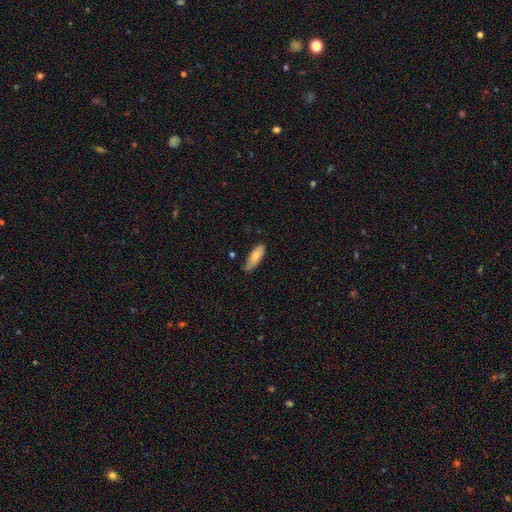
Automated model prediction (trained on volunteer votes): Overall: smooth (79%). How rounded: in between (61%; cigar-shaped 37%). Merging: none (69%).